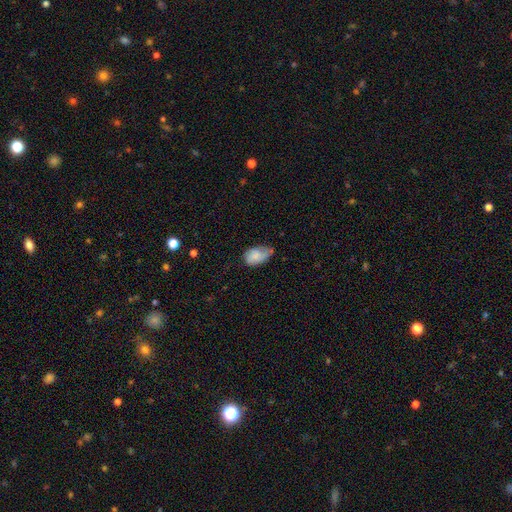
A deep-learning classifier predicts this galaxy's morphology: Smooth or featured?
  - smooth: 72% *
  - featured or disk: 20%
  - star or artifact: 7%
How rounded?
  - in between: 89% *
  - round: 9%
  - cigar-shaped: 2%
Merging?
  - minor disturbance: 43% *
  - none: 41%
  - major disturbance: 13%
  - merger: 3%